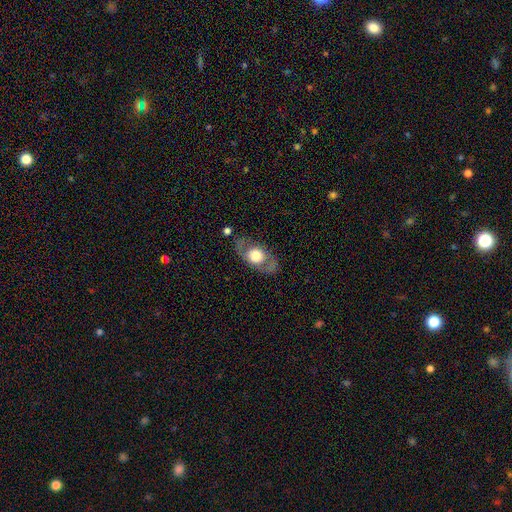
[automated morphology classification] Smooth or featured?
  - featured or disk: 52% *
  - smooth: 42%
  - star or artifact: 6%
Edge-on disk?
  - no: 81% *
  - yes: 19%
Merging?
  - none: 74% *
  - minor disturbance: 15%
  - major disturbance: 9%
  - merger: 2%